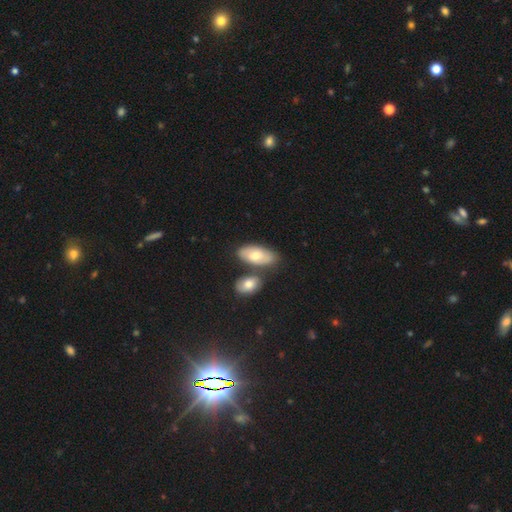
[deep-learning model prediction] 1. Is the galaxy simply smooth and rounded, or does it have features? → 65% smooth, 29% featured or disk, 6% star or artifact.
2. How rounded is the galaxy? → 92% in between, 5% cigar-shaped, 3% round.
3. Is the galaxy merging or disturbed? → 59% none, 23% merger, 14% minor disturbance, 4% major disturbance.